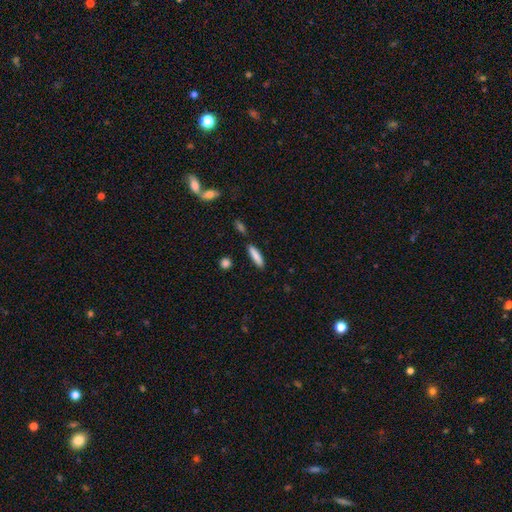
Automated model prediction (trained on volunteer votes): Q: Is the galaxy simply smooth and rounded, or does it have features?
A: smooth — 84%.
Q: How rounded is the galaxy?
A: cigar-shaped — 79%.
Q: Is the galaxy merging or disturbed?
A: none — 85%.